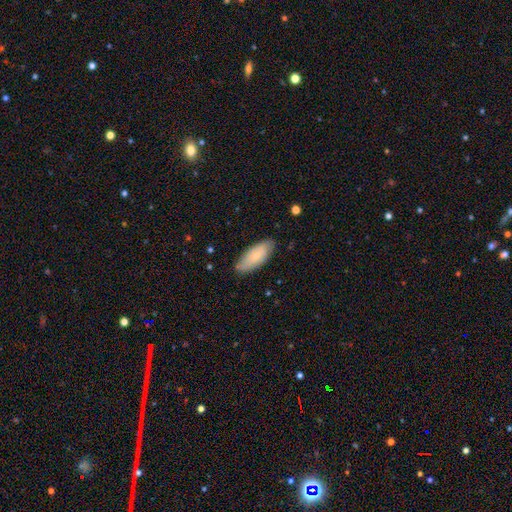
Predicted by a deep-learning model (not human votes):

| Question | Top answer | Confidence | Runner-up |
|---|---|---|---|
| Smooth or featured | smooth | 70% | featured or disk (25%) |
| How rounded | in between | 84% | cigar-shaped (14%) |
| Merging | none | 80% | minor disturbance (16%) |